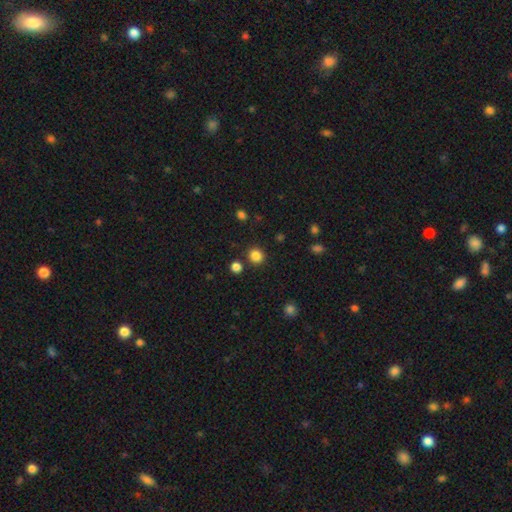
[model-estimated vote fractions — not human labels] smooth-or-featured: smooth: 84% | star or artifact: 12% | featured or disk: 3%
  how-rounded: round: 85% | in between: 14% | cigar-shaped: 1%
  merging: none: 86% | minor disturbance: 6% | merger: 5% | major disturbance: 3%